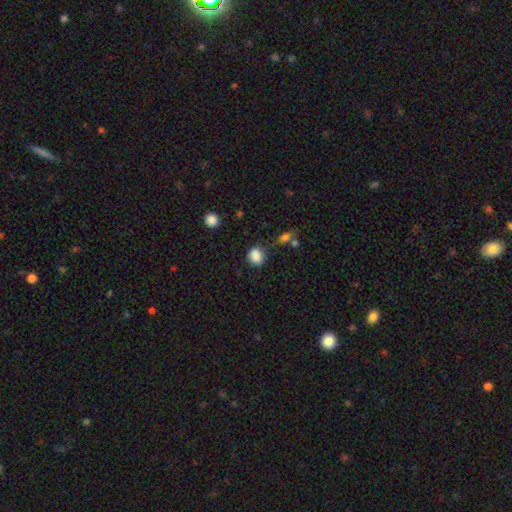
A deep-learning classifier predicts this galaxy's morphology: The model was most divided on "how rounded": round: 63%, in between: 35%, cigar-shaped: 1%. More confident: smooth or featured — smooth (87%); merging — none (74%).